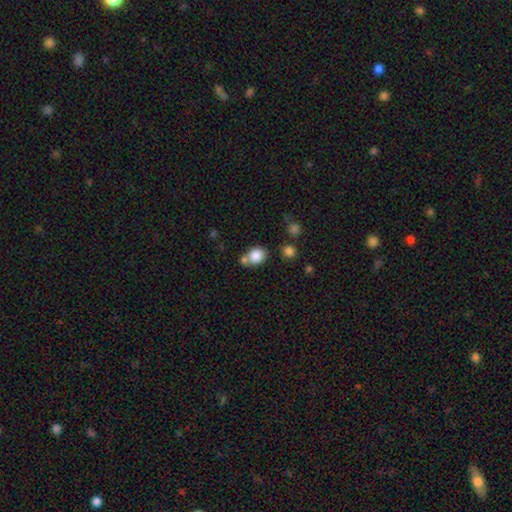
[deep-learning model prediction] smooth-or-featured: smooth: 83% | star or artifact: 9% | featured or disk: 8%
  how-rounded: round: 61% | in between: 38% | cigar-shaped: 1%
  merging: none: 56% | merger: 27% | minor disturbance: 12% | major disturbance: 4%